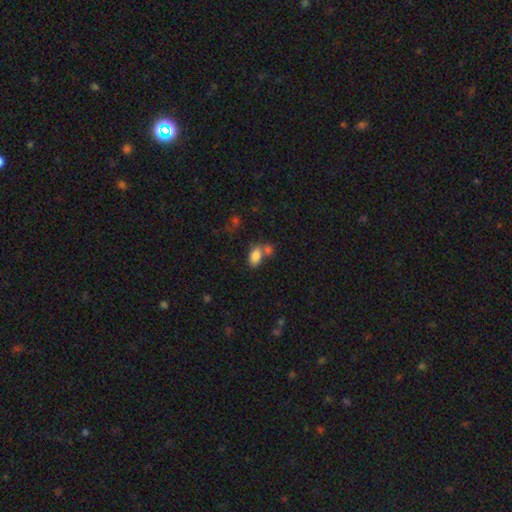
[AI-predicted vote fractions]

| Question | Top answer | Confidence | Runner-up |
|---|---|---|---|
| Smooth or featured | smooth | 83% | star or artifact (10%) |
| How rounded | in between | 89% | round (9%) |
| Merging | none | 43% | merger (40%) |